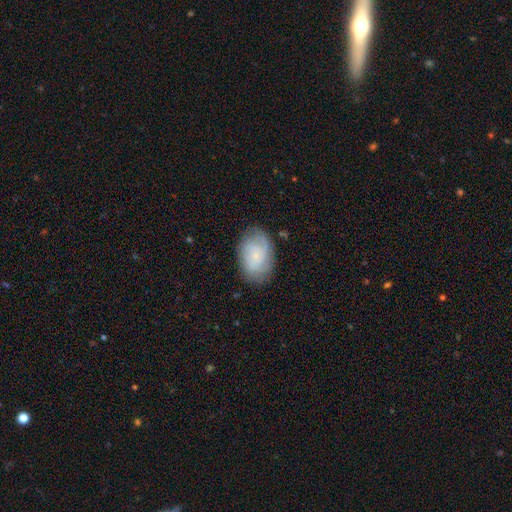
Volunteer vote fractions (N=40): This is possibly a featured or disk galaxy (52%). It is clearly not viewed edge-on (100%). Bar: clearly no (90%). Spiral arm pattern: clearly yes (95%). Spiral arm count: possibly can't tell (45%). Spiral winding: possibly medium (45%). Central bulge: clearly small (90%). Merging: likely none (79%).